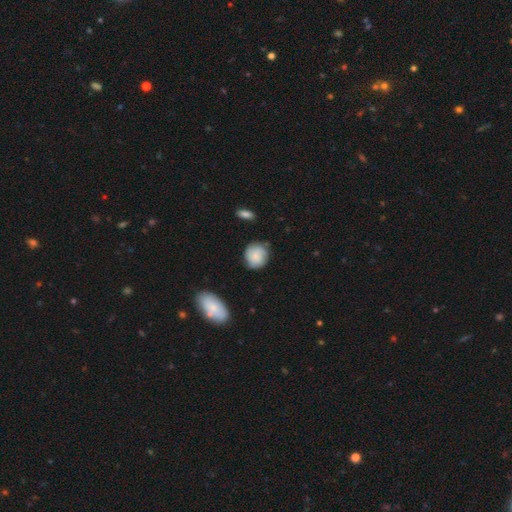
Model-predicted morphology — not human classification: Smooth or featured?
  - smooth: 75% *
  - featured or disk: 18%
  - star or artifact: 7%
How rounded?
  - round: 80% *
  - in between: 19%
  - cigar-shaped: 1%
Merging?
  - none: 71% *
  - minor disturbance: 22%
  - major disturbance: 4%
  - merger: 2%